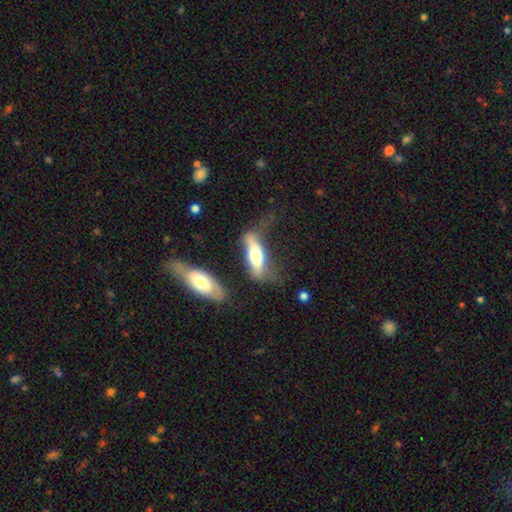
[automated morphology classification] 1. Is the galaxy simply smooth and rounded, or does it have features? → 47% featured or disk, 46% smooth, 6% star or artifact.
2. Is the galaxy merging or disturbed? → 43% none, 23% minor disturbance, 22% major disturbance, 11% merger.